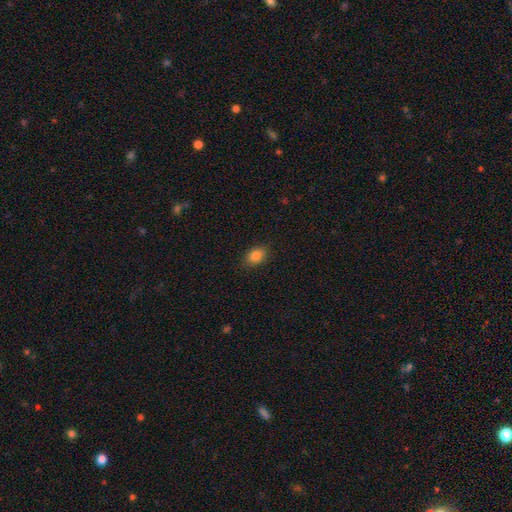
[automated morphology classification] A smooth galaxy with no disk features (86%) that is in between round and cigar-shaped (79%). Merging: none (86%).